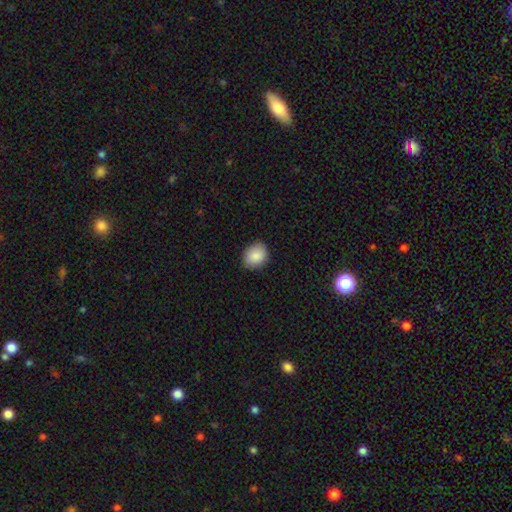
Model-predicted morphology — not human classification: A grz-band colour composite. It shows a smooth galaxy with no disk features (88%) that is round (52%). Merging: none (85%).